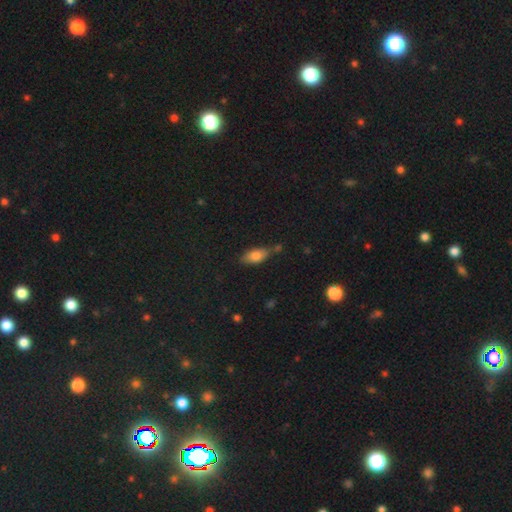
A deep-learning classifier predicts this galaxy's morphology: The model was most divided on "merging": none: 65%, minor disturbance: 21%, merger: 10%, major disturbance: 5%. More confident: how rounded — in between (85%); smooth or featured — smooth (77%).